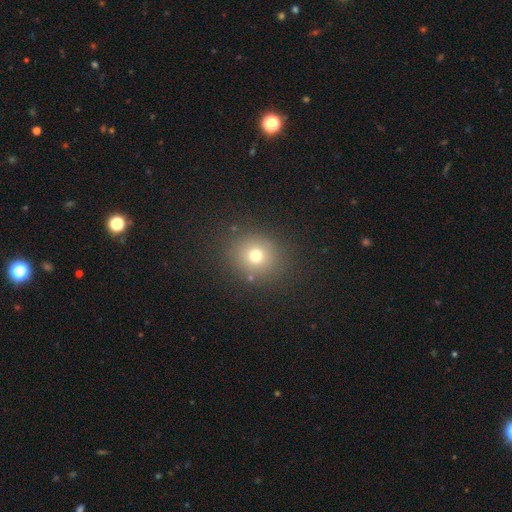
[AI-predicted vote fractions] Smooth or featured?
  - smooth: 71% *
  - star or artifact: 18%
  - featured or disk: 11%
How rounded?
  - round: 81% *
  - in between: 18%
  - cigar-shaped: 1%
Merging?
  - none: 85% *
  - minor disturbance: 9%
  - major disturbance: 4%
  - merger: 2%